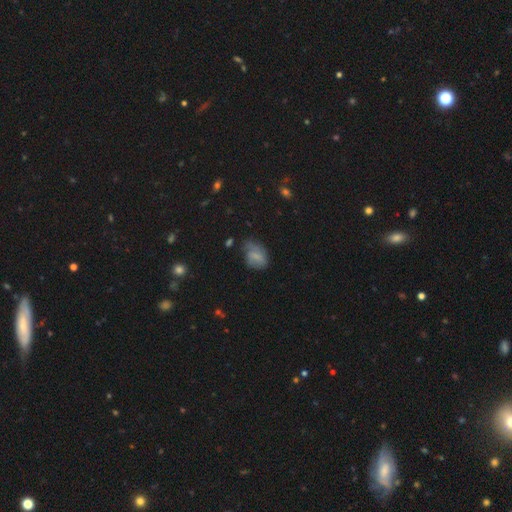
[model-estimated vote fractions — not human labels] A smooth galaxy with no disk features (67%) that is in between round and cigar-shaped (80%).

Vote fractions:
- Smooth or featured? smooth: 67% / featured or disk: 23% / star or artifact: 9%
- How rounded? in between: 80% / round: 19% / cigar-shaped: 2%
- Merging? none: 45% / minor disturbance: 38% / major disturbance: 15% / merger: 3%